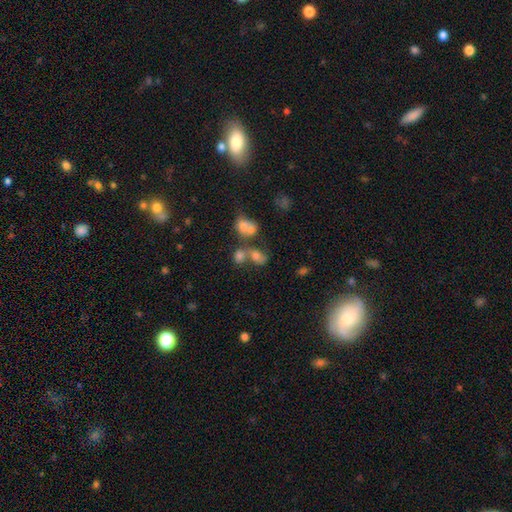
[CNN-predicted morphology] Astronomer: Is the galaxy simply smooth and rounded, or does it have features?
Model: smooth — 56%.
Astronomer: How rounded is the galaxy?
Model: in between — 58% (runner-up: round, 39%).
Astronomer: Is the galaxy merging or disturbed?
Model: merger — 45% (runner-up: none, 33%).